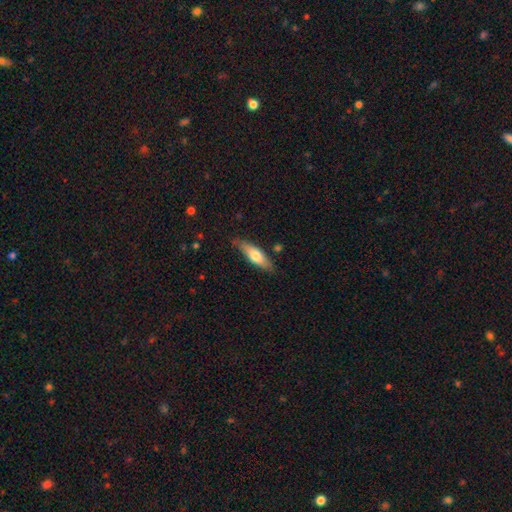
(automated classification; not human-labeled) Q: Smooth or featured?
A: smooth (64%); runner-up: featured or disk (30%)
Q: How rounded?
A: in between (49%); tied with: cigar-shaped (49%)
Q: Merging?
A: none (78%); runner-up: minor disturbance (17%)